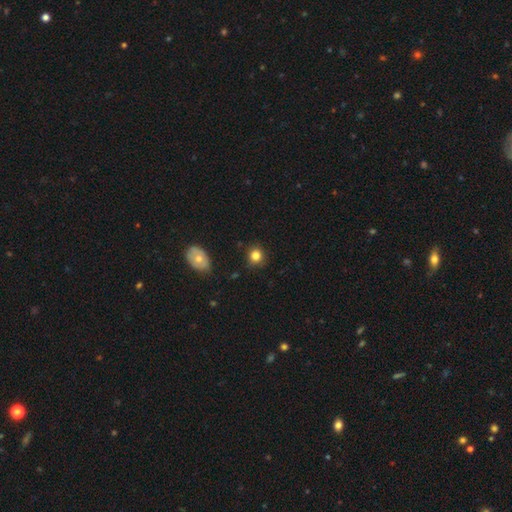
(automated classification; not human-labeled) A smooth galaxy with no disk features (82%) that is round (84%). Merging: none (84%).